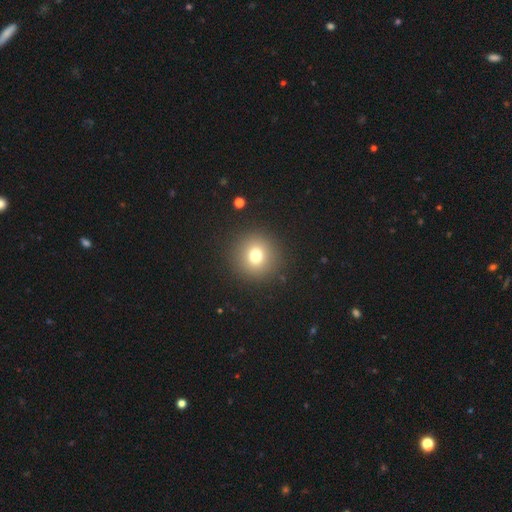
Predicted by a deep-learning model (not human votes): smooth-or-featured: smooth: 75% | star or artifact: 15% | featured or disk: 11%
  how-rounded: round: 94% | in between: 5% | cigar-shaped: 1%
  merging: none: 91% | minor disturbance: 5% | major disturbance: 3% | merger: 1%